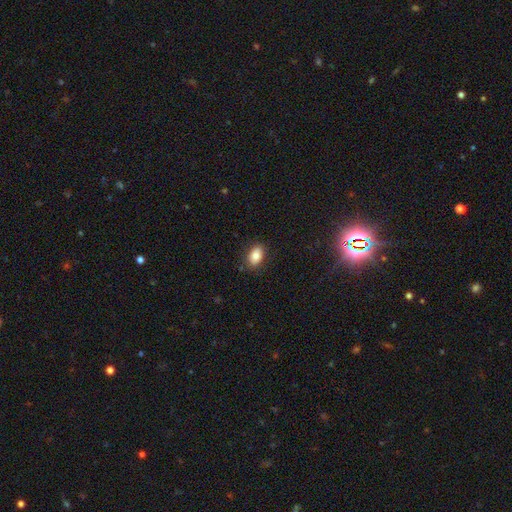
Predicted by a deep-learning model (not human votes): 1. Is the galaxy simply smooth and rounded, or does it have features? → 81% smooth, 11% featured or disk, 8% star or artifact.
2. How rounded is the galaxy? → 87% in between, 12% round, 2% cigar-shaped.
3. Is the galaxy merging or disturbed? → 85% none, 11% minor disturbance, 3% major disturbance, 1% merger.